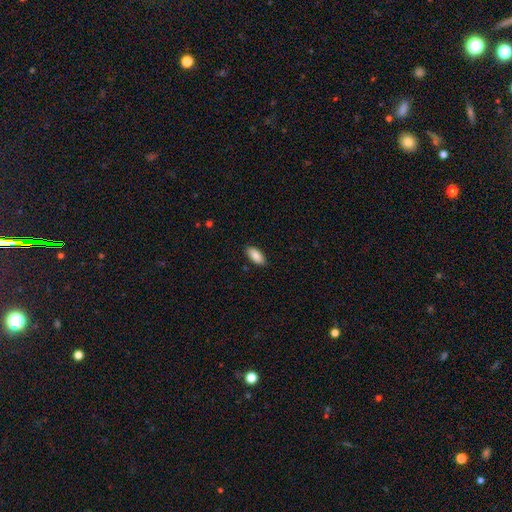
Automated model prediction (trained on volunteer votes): This is clearly a smooth galaxy (87%). How rounded: clearly in between (90%). Merging: clearly none (88%).